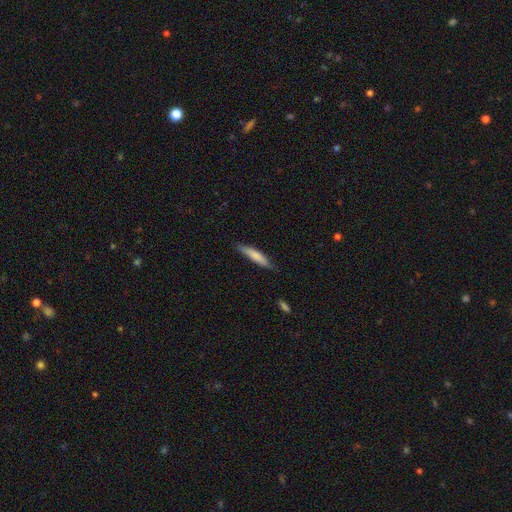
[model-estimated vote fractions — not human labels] Smooth or featured? smooth (74%)
How rounded? cigar-shaped (87%)
Merging? none (80%)